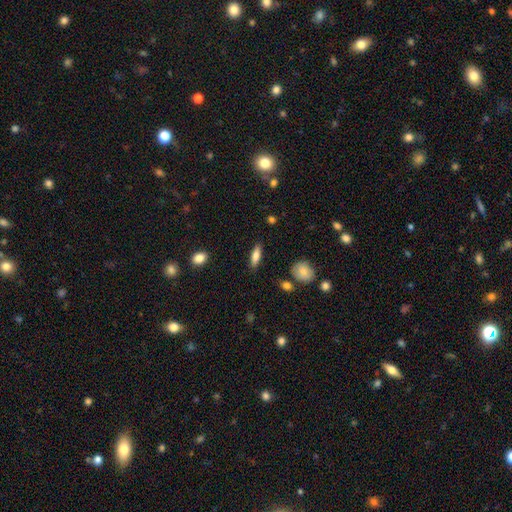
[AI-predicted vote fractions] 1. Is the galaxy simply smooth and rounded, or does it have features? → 72% smooth, 21% featured or disk, 7% star or artifact.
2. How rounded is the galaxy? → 49% cigar-shaped, 48% in between, 3% round.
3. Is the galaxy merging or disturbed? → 86% none, 9% minor disturbance, 3% major disturbance, 2% merger.